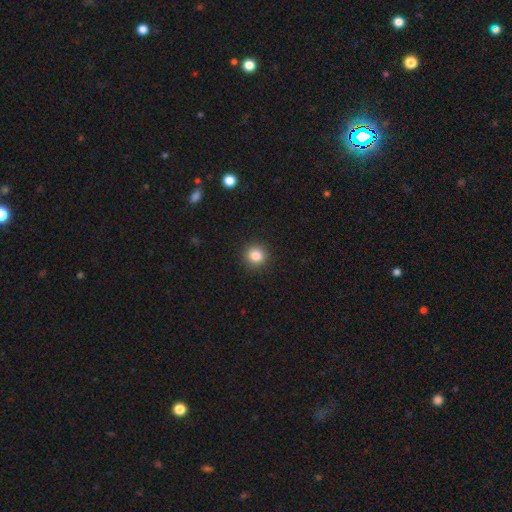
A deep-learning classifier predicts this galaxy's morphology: A smooth galaxy with no disk features (83%) that is round (93%). Merging: none (92%).